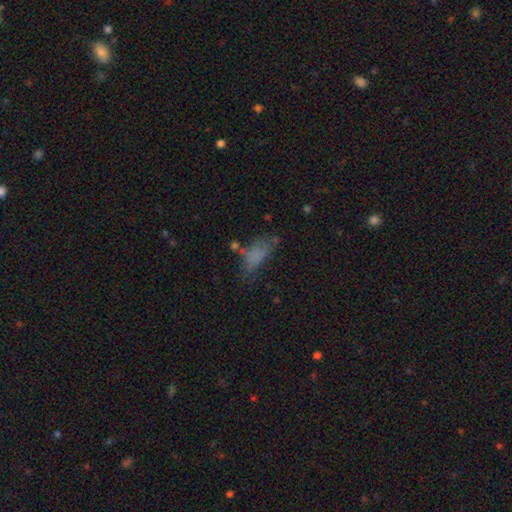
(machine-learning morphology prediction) smooth-or-featured: smooth: 65% | featured or disk: 21% | star or artifact: 14%
  how-rounded: in between: 80% | cigar-shaped: 16% | round: 5%
  merging: none: 42% | minor disturbance: 26% | major disturbance: 24% | merger: 8%